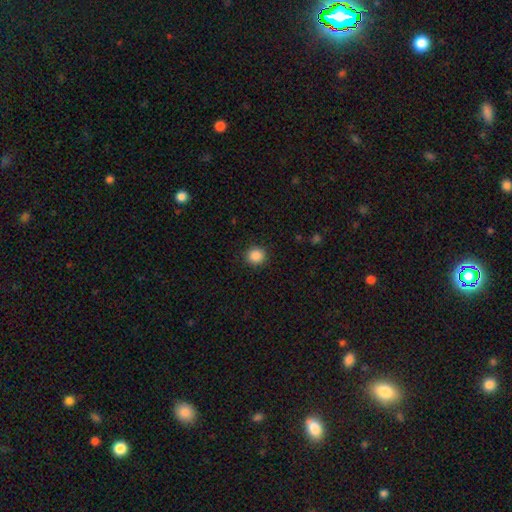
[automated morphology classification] smooth_or_featured: smooth (p=0.87) [alt: star or artifact p=0.10]
how_rounded: round (p=0.89) [alt: in between p=0.10]
merging: none (p=0.91) [alt: minor disturbance p=0.06]